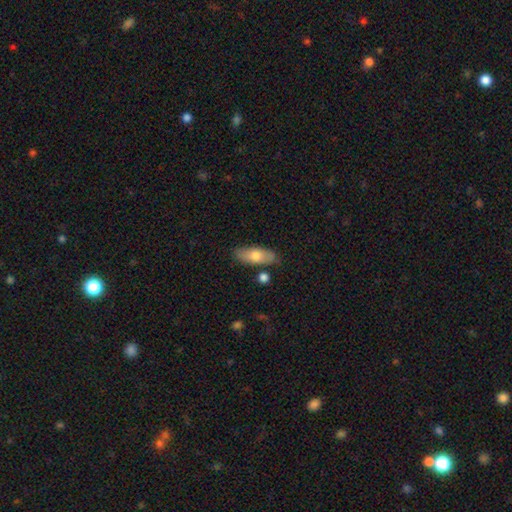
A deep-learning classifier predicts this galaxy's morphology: This is likely a smooth galaxy (71%). How rounded: likely in between (75%). Merging: likely none (80%).